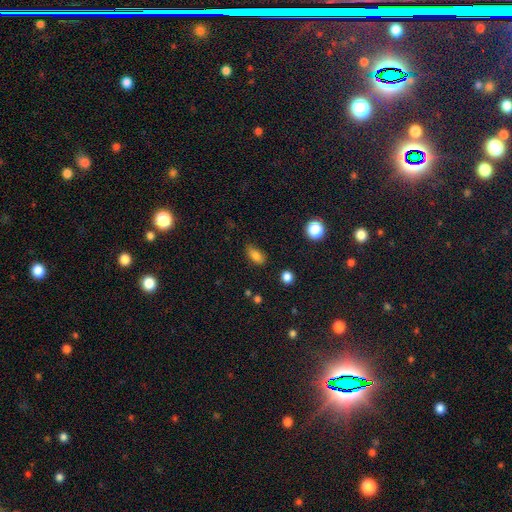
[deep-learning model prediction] Morphology: type=smooth (82%); roundness=in between (86%); merging=none (75%).